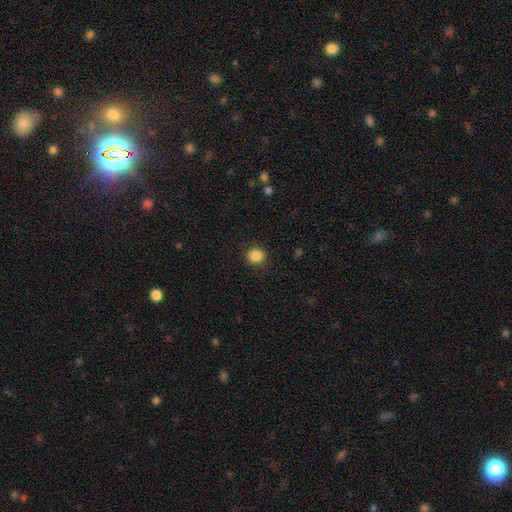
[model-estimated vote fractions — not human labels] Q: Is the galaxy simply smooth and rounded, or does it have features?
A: smooth — 87%.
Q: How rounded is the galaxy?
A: round — 86%.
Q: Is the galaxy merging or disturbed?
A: none — 90%.